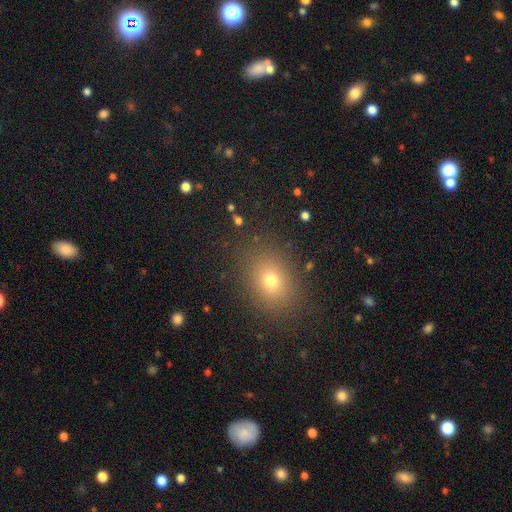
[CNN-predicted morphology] This appears to be a smooth galaxy with no disk features (64%) that is in between round and cigar-shaped (56%). Merging: none (88%).